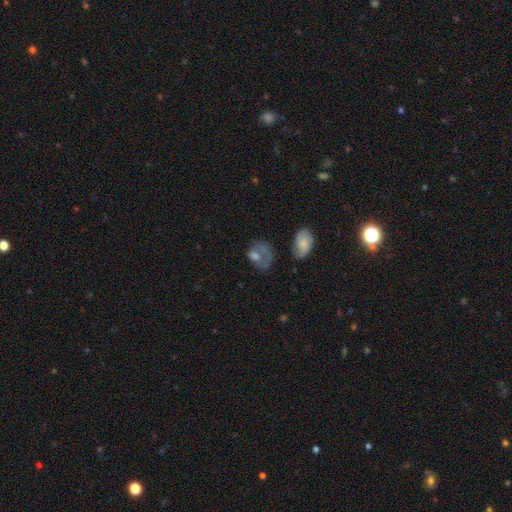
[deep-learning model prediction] The model was most divided on "merging": none: 37%, major disturbance: 32%, minor disturbance: 21%, merger: 10%. Remaining: smooth or featured — smooth (47%).